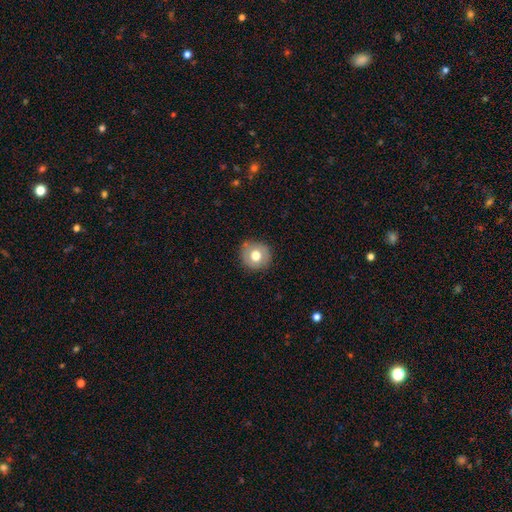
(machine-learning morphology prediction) type=smooth (70%); roundness=round (90%); merging=none (83%).